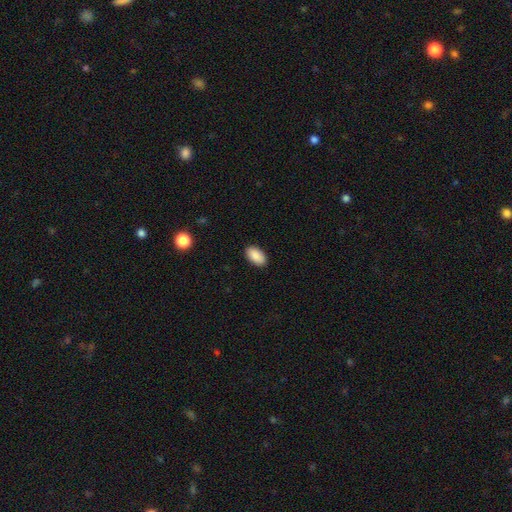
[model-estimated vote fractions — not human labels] This is clearly a smooth galaxy (90%). How rounded: clearly in between (95%). Merging: clearly none (90%).